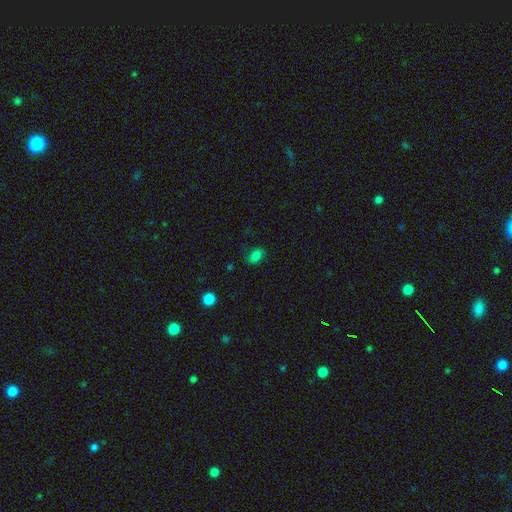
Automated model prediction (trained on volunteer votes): A smooth galaxy with no disk features (80%) that is in between round and cigar-shaped (84%).

Vote fractions:
- Smooth or featured? smooth: 80% / star or artifact: 14% / featured or disk: 6%
- How rounded? in between: 84% / round: 14% / cigar-shaped: 2%
- Merging? none: 77% / minor disturbance: 17% / major disturbance: 4% / merger: 2%